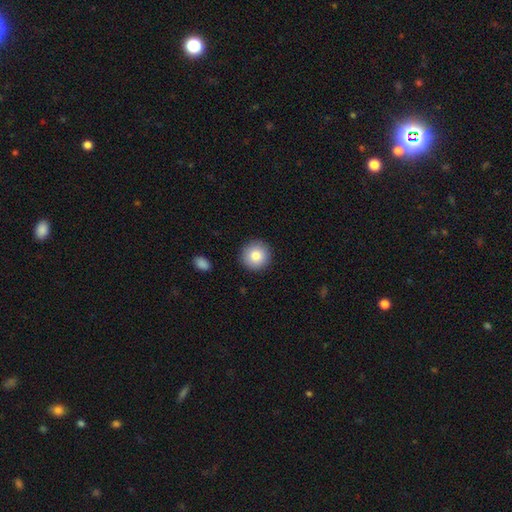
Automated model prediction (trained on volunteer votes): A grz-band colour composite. It shows a smooth galaxy with no disk features (84%) that is round (95%). Merging: none (91%).